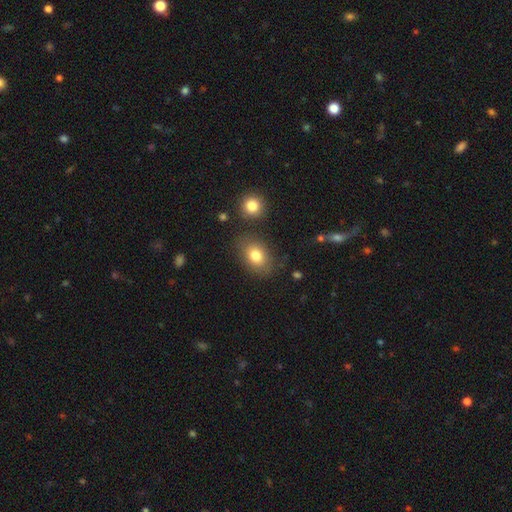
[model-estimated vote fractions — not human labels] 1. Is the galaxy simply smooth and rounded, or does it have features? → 79% smooth, 11% featured or disk, 10% star or artifact.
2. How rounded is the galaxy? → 72% in between, 27% round, 1% cigar-shaped.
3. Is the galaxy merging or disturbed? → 78% none, 13% minor disturbance, 5% merger, 4% major disturbance.